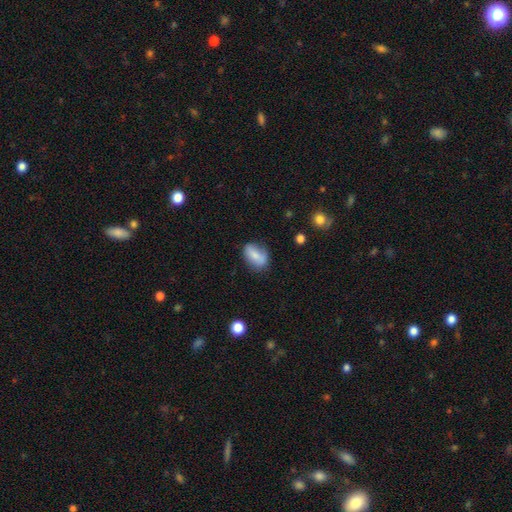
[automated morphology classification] Q: Smooth or featured?
A: smooth (73%); runner-up: featured or disk (19%)
Q: How rounded?
A: in between (85%); runner-up: round (11%)
Q: Merging?
A: none (63%); runner-up: minor disturbance (26%)